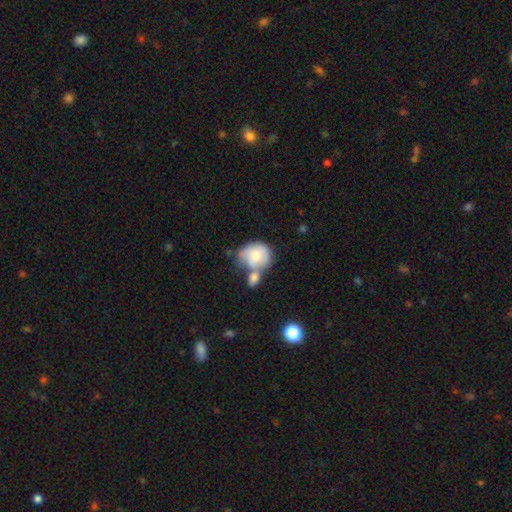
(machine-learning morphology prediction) Smooth or featured: smooth — 71% (featured or disk — 22%)
How rounded: round — 62% (in between — 37%)
Merging: merger — 52% (none — 23%)